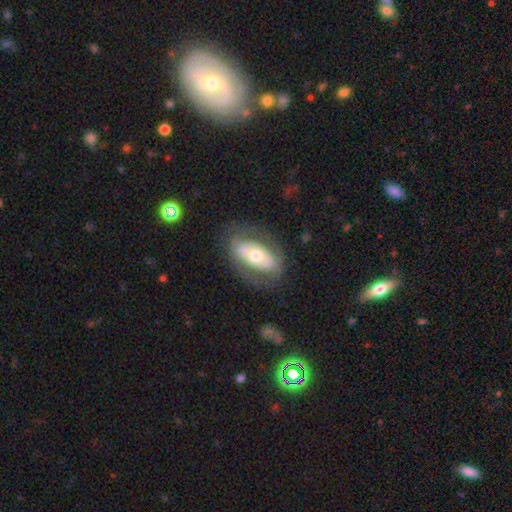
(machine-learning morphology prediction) This appears to be a featured or disk galaxy (53%). Merging: none (72%).